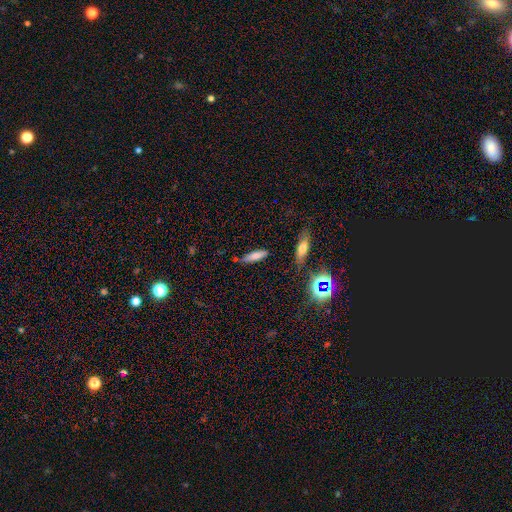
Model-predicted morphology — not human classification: smooth 75%, featured or disk 14%, star or artifact 11%. Down the decision tree: how rounded — cigar-shaped (61%); merging — none (76%).